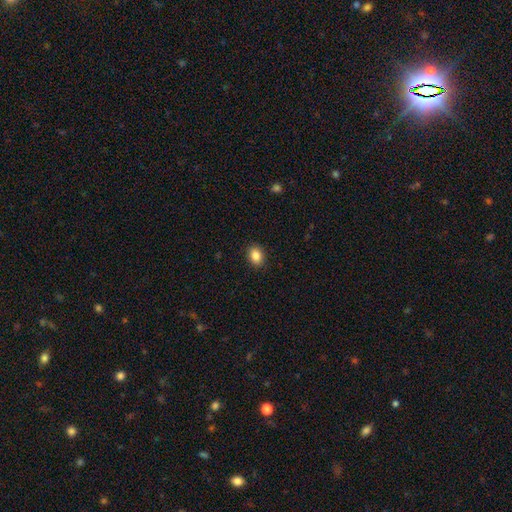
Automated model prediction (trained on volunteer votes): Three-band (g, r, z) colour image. It shows a smooth galaxy with no disk features (86%) that is in between round and cigar-shaped (64%). Merging: none (90%).